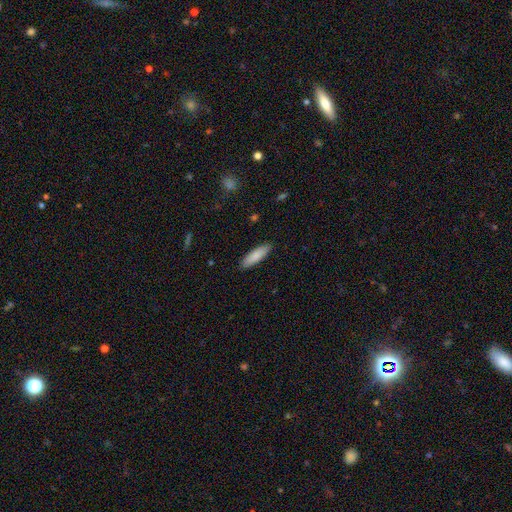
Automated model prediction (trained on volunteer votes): Smooth or featured? Predicted: smooth (p=0.85). How rounded? Predicted: cigar-shaped (p=0.62). Merging? Predicted: none (p=0.90).